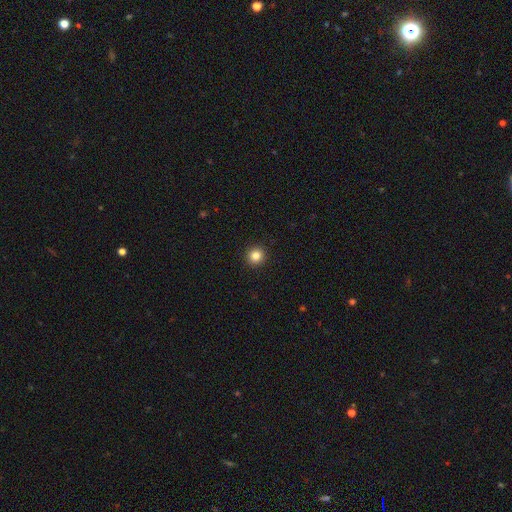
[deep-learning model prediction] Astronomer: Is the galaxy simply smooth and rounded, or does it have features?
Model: smooth — 83%.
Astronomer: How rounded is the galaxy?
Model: round — 95%.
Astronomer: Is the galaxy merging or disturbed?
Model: none — 94%.